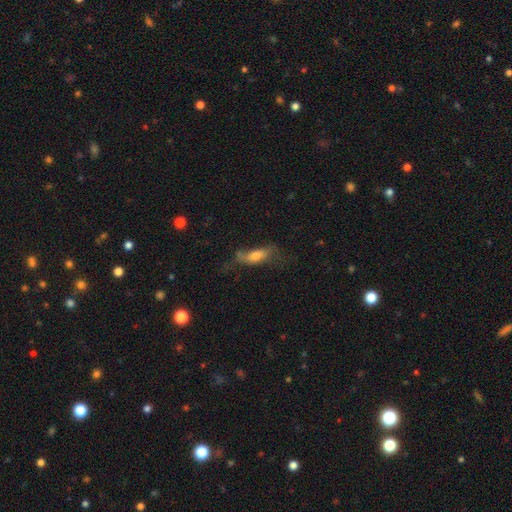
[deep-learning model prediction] A smooth galaxy with no disk features (54%) that is in between round and cigar-shaped (54%). Merging: none (41%).